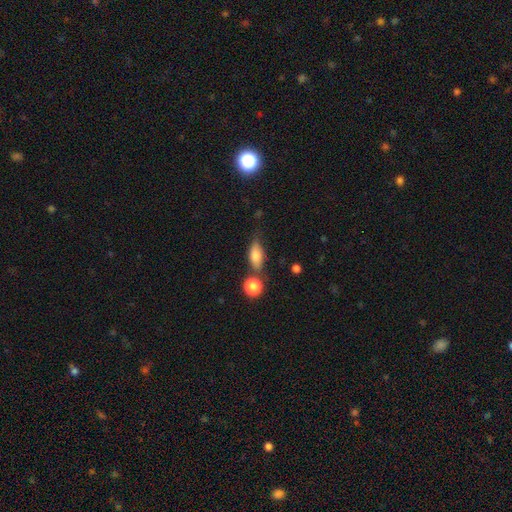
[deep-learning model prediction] Smooth or featured?
  - smooth: 71% *
  - featured or disk: 20%
  - star or artifact: 9%
How rounded?
  - in between: 75% *
  - cigar-shaped: 18%
  - round: 7%
Merging?
  - none: 60% *
  - minor disturbance: 22%
  - merger: 12%
  - major disturbance: 7%